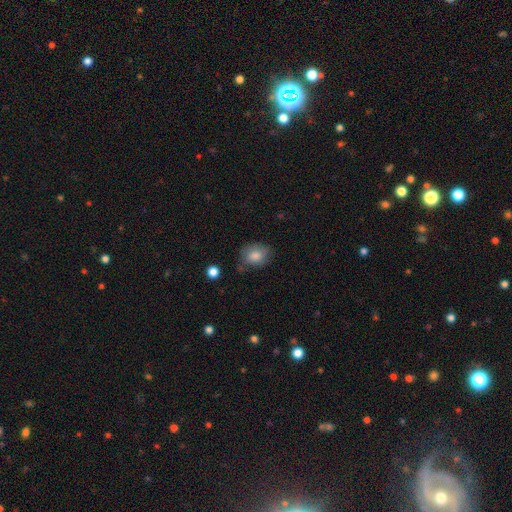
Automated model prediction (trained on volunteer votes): Smooth or featured: smooth — 82% (featured or disk — 10%)
How rounded: in between — 60% (round — 39%)
Merging: none — 63% (minor disturbance — 26%)